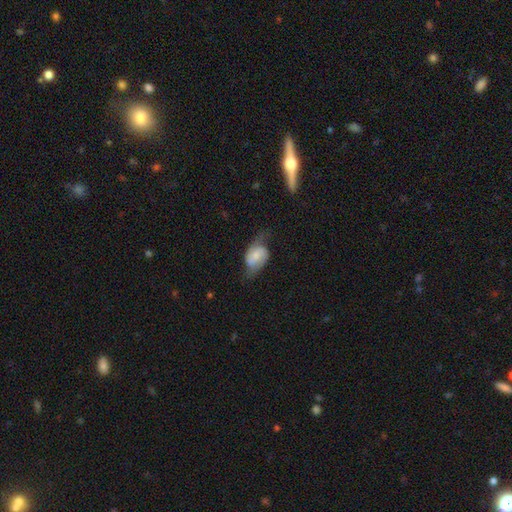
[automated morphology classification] Q: Smooth or featured?
A: featured or disk (53%); runner-up: smooth (40%)
Q: Edge-on disk?
A: no (95%); runner-up: yes (5%)
Q: Bar?
A: no (47%); runner-up: weak (39%)
Q: Spiral arms?
A: yes (83%); runner-up: no (17%)
Q: Bulge size?
A: small (36%); runner-up: moderate (31%)
Q: Merging?
A: none (45%); runner-up: minor disturbance (31%)